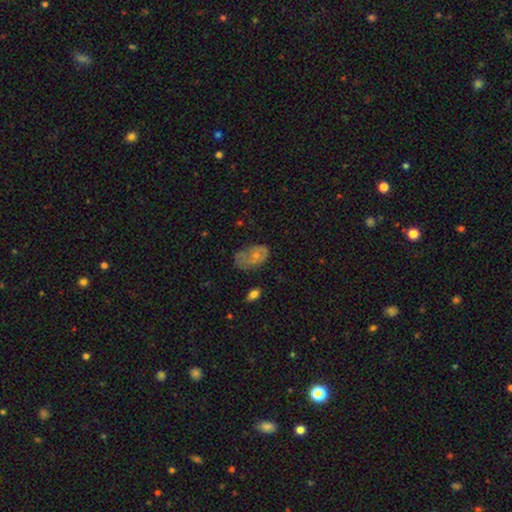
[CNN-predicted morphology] Smooth or featured?
  - smooth: 52% *
  - featured or disk: 39%
  - star or artifact: 10%
How rounded?
  - in between: 87% *
  - round: 11%
  - cigar-shaped: 2%
Merging?
  - none: 37% *
  - minor disturbance: 33%
  - major disturbance: 26%
  - merger: 4%